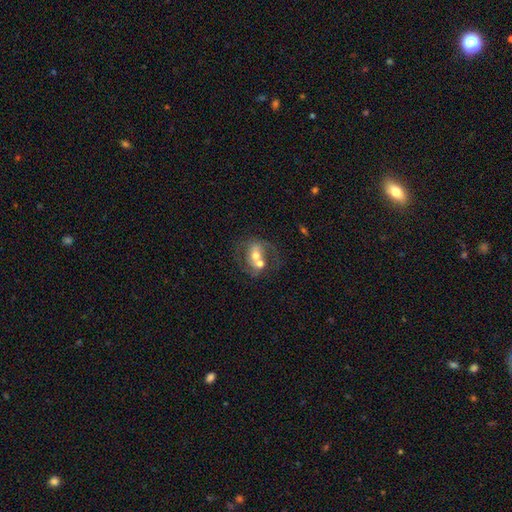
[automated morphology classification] Overall: featured or disk (60%; smooth 31%). Edge-on disk: no (97%). Bar: no (59%; weak 28%). Spiral arms: yes (70%). Bulge size: moderate (62%). Merging: merger (51%; none 27%).